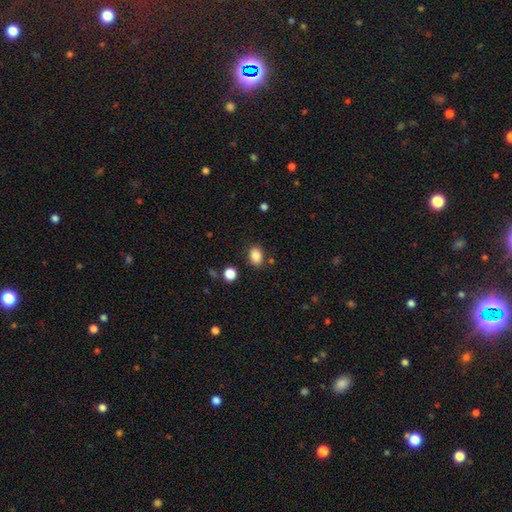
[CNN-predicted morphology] Smooth or featured? Predicted: smooth (p=0.86). How rounded? Predicted: in between (p=0.78). Merging? Predicted: none (p=0.81).